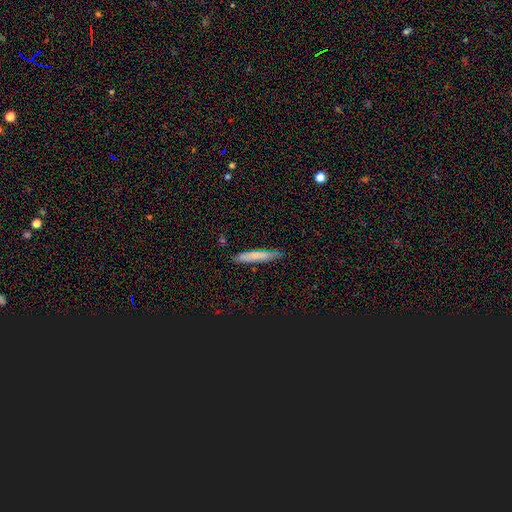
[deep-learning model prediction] Overall: smooth (71%). How rounded: cigar-shaped (94%). Merging: none (86%).